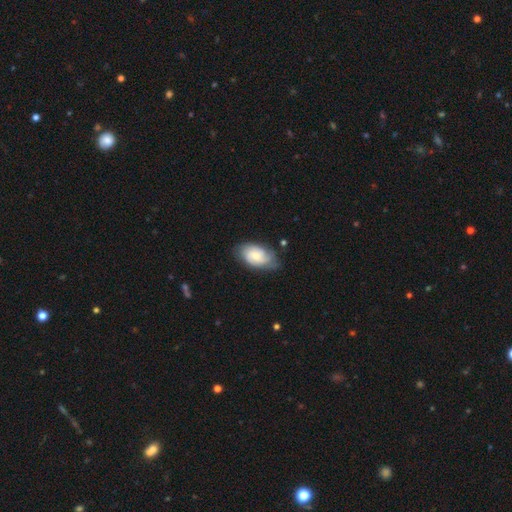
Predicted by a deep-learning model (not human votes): This is possibly a featured or disk galaxy (48%). Merging: likely none (66%).